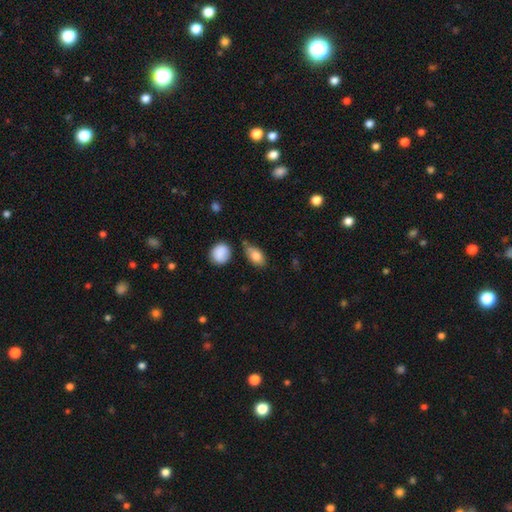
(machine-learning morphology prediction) Smooth or featured? smooth (84%)
How rounded? in between (88%)
Merging? none (64%)